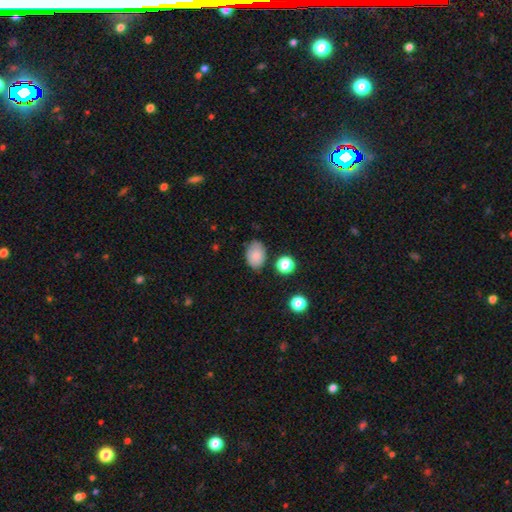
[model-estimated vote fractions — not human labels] smooth 83%, star or artifact 9%, featured or disk 8%. Down the decision tree: how rounded — in between (79%); merging — none (76%).